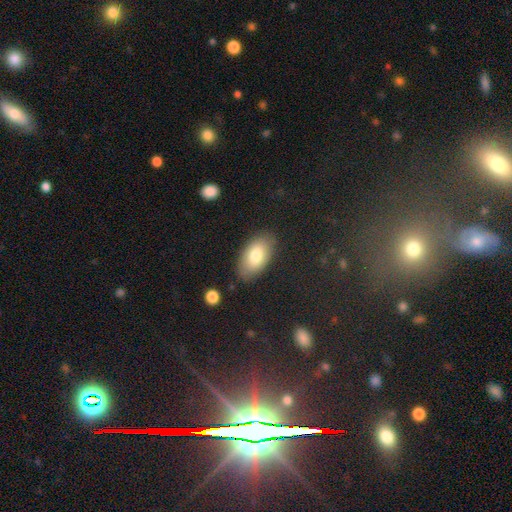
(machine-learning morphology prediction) smooth 78%, featured or disk 15%, star or artifact 7%. Down the decision tree: how rounded — in between (94%); merging — none (82%).